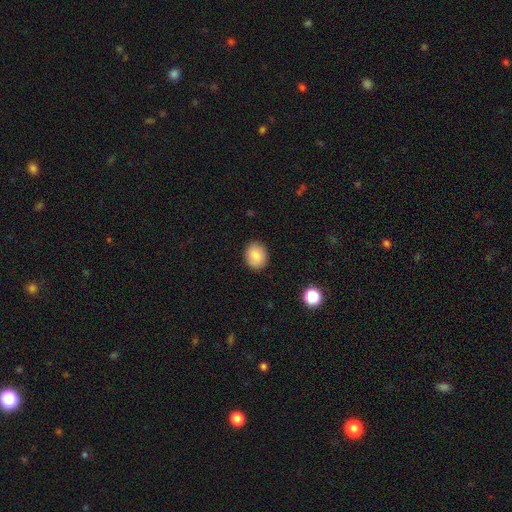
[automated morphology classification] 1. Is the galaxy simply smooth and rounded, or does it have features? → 85% smooth, 8% star or artifact, 7% featured or disk.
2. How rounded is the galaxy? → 57% round, 42% in between, 1% cigar-shaped.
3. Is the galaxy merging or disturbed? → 89% none, 8% minor disturbance, 2% major disturbance, 1% merger.